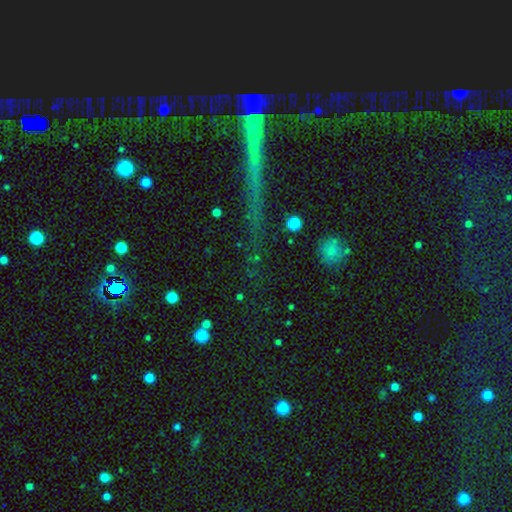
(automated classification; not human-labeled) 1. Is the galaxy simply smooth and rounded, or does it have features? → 70% star or artifact, 16% smooth, 15% featured or disk.